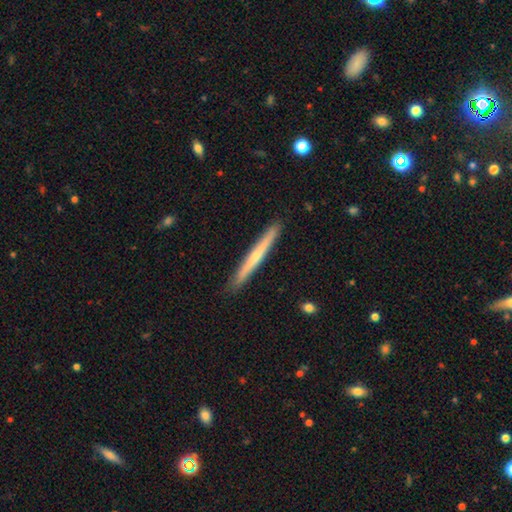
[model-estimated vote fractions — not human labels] featured or disk 50%, smooth 45%, star or artifact 6%. Down the decision tree: merging — none (91%).